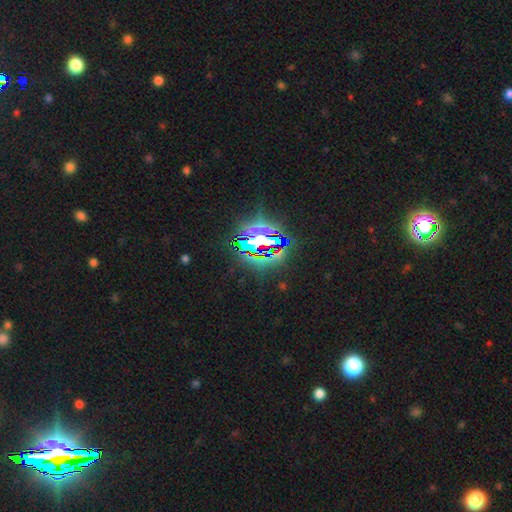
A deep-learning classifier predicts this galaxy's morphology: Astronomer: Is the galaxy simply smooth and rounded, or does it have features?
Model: star or artifact — 82%.